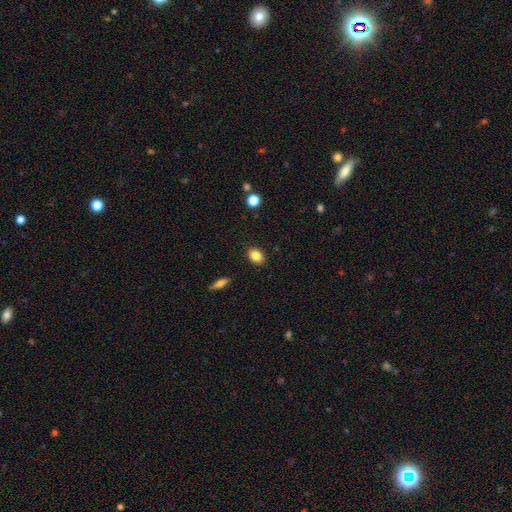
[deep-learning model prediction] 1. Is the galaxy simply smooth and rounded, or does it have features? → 86% smooth, 9% star or artifact, 5% featured or disk.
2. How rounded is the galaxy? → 75% in between, 24% round, 2% cigar-shaped.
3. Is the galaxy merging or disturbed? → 88% none, 8% minor disturbance, 2% major disturbance, 1% merger.